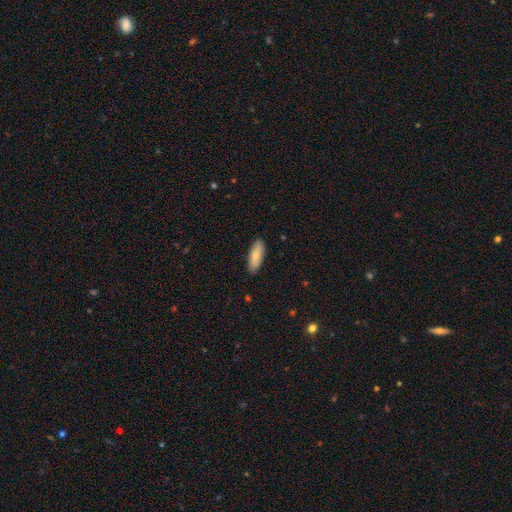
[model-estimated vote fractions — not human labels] smooth 83%, featured or disk 11%, star or artifact 6%. Down the decision tree: how rounded — in between (68%); merging — none (88%).